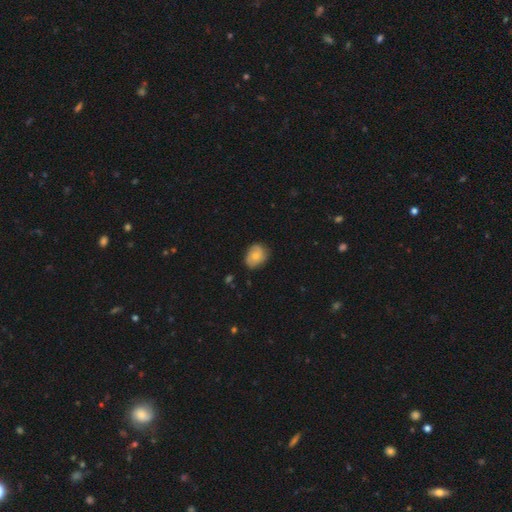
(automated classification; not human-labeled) Smooth or featured: smooth — 63% (featured or disk — 30%)
How rounded: in between — 55% (round — 44%)
Merging: none — 68% (minor disturbance — 25%)